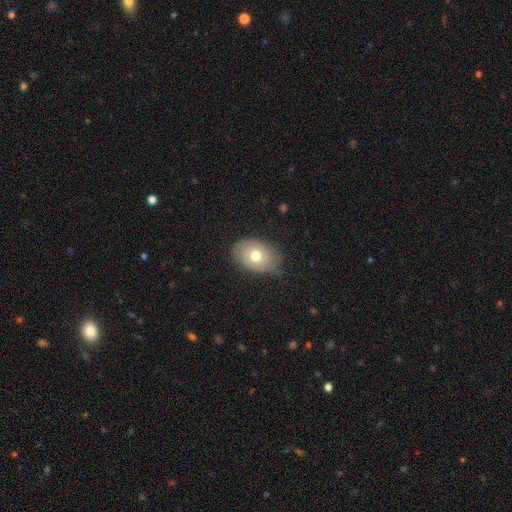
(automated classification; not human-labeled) This is possibly a smooth galaxy (55%). How rounded: likely in between (79%). Merging: likely none (71%).